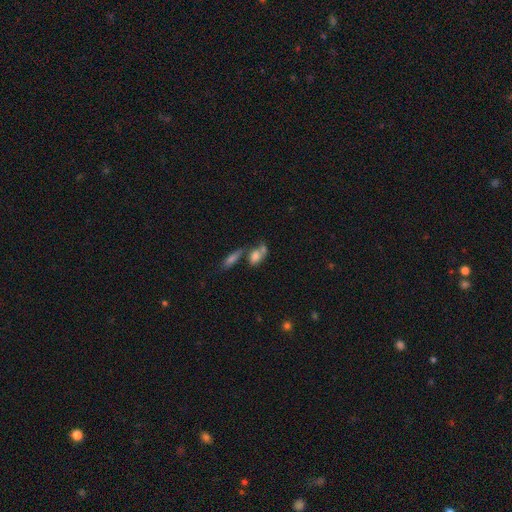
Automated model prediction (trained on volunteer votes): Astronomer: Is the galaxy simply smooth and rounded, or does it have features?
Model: smooth — 69%.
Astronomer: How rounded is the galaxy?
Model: in between — 70%.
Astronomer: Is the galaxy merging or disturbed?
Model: merger — 45% (runner-up: none, 34%).